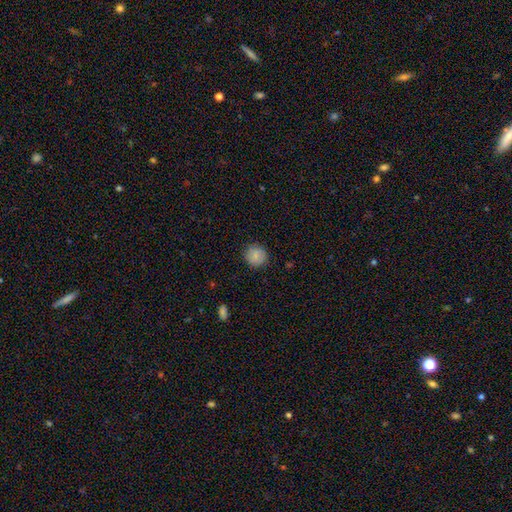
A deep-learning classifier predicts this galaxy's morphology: Smooth or featured? Predicted: smooth (p=0.86). How rounded? Predicted: round (p=0.91). Merging? Predicted: none (p=0.88).